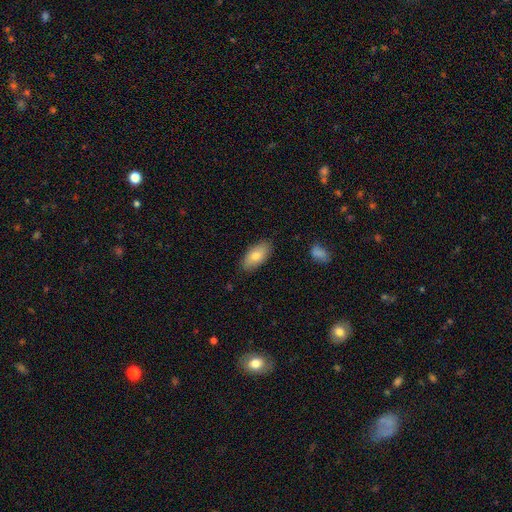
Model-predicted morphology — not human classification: This is likely a smooth galaxy (77%). How rounded: clearly in between (91%). Merging: clearly none (86%).